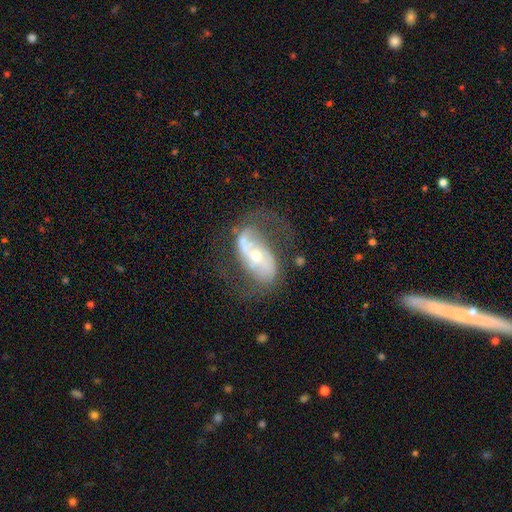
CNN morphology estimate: A featured or disk galaxy (83%) with no bar (46%), 2 (85%) loose (47%) spiral arms (90%) and a small central bulge (49%).

Vote fractions:
- Smooth or featured? featured or disk: 83% / smooth: 11% / star or artifact: 7%
- Edge-on disk? no: 95% / yes: 5%
- Bar? no: 46% / weak: 30% / strong: 23%
- Spiral arms? yes: 90% / no: 10%
- Spiral winding? loose: 47% / medium: 40% / tight: 13%
- Spiral arm count? 2: 85% / can't tell: 6% / 1: 5% / 3: 1% / 4: 1% / more than 4: 1%
- Bulge size? small: 49% / moderate: 47% / large: 3% / none: 1% / dominant: 1%
- Merging? none: 56% / major disturbance: 20% / minor disturbance: 20% / merger: 4%